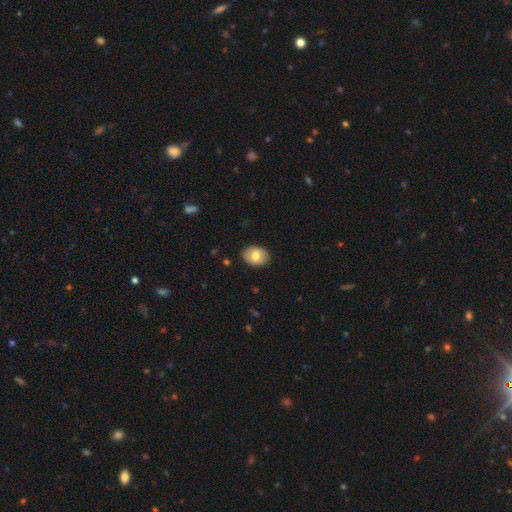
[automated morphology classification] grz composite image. It shows a smooth galaxy with no disk features (76%) that is in between round and cigar-shaped (75%). Merging: none (88%).